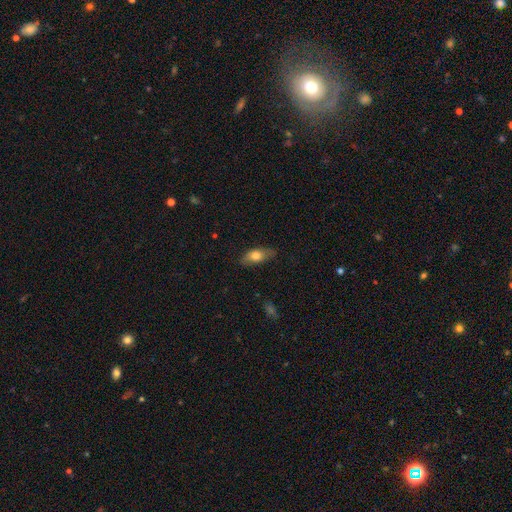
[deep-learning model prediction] Smooth or featured?
  - smooth: 73% *
  - featured or disk: 20%
  - star or artifact: 7%
How rounded?
  - in between: 82% *
  - cigar-shaped: 14%
  - round: 5%
Merging?
  - none: 75% *
  - minor disturbance: 20%
  - major disturbance: 4%
  - merger: 1%